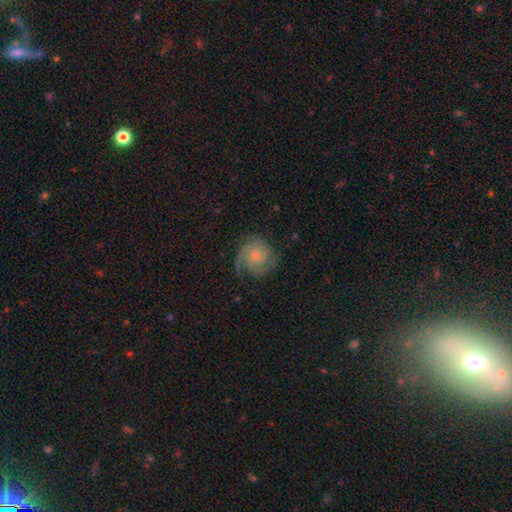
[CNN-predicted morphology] This is likely a featured or disk galaxy (78%). It is clearly not viewed edge-on (98%). Bar: likely no (77%). Spiral arm pattern: clearly yes (96%). Spiral arm count: marginally 2 (35%). Spiral winding: possibly tight (52%). Central bulge: possibly small (60%). Merging: likely none (72%).